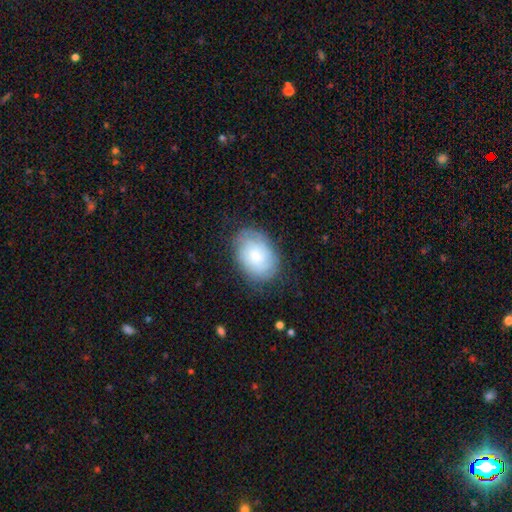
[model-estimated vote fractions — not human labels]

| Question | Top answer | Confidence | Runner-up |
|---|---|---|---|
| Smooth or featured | smooth | 54% | featured or disk (38%) |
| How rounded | in between | 77% | round (22%) |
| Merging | none | 74% | minor disturbance (19%) |